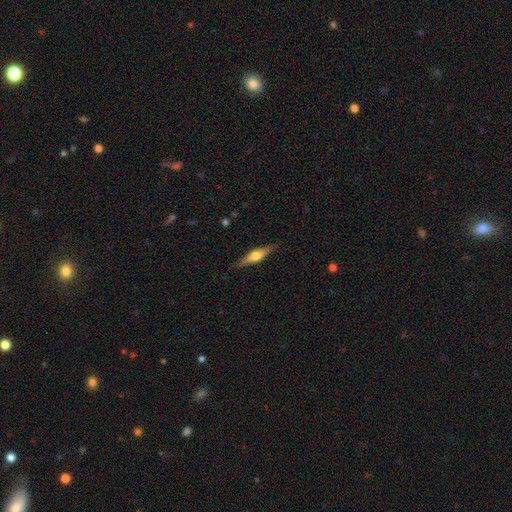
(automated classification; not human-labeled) smooth-or-featured: featured or disk: 61% | smooth: 33% | star or artifact: 6%
  disk-edge-on: yes: 96% | no: 4%
    edge-on-bulge: rounded: 90% | boxy: 7% | none: 3%
  merging: none: 87% | minor disturbance: 10% | major disturbance: 2% | merger: 1%